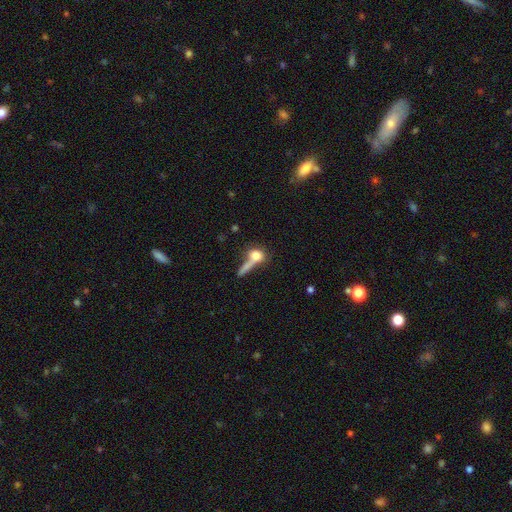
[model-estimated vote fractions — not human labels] Morphology: type=smooth (70%); roundness=round (48%); merging=merger (35%).